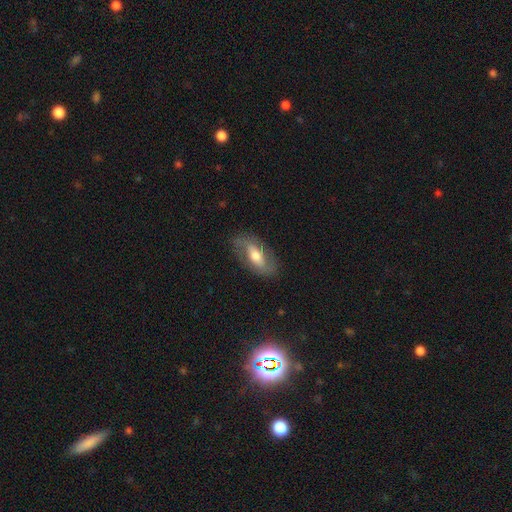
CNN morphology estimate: type=featured or disk (61%); edge-on=no (88%); bar=weak (36%); spiral arms=yes (73%); bulge=moderate (63%); merging=none (78%).